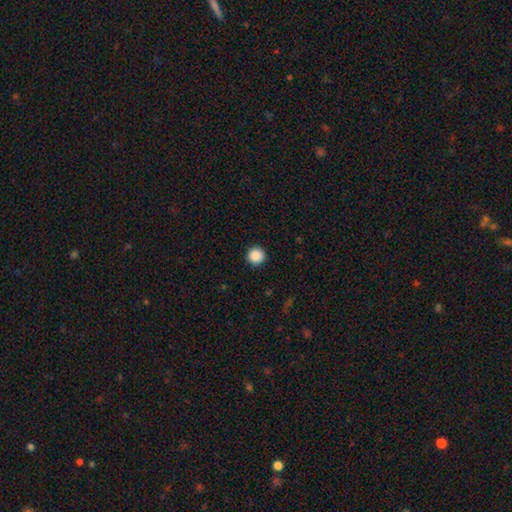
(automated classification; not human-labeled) Smooth or featured? smooth (89%)
How rounded? round (96%)
Merging? none (93%)